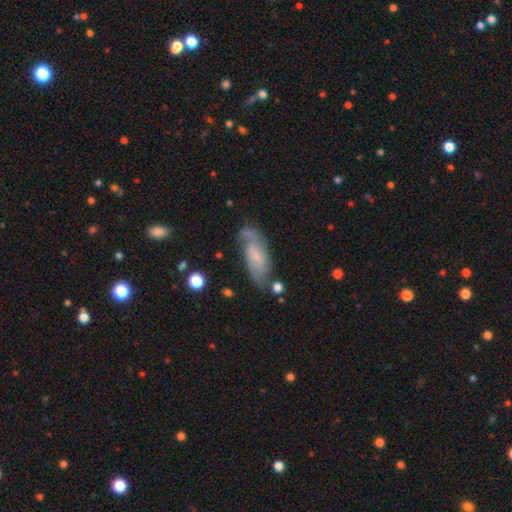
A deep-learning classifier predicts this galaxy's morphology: A featured or disk galaxy (60%) with no bar (55%), spiral arms (88%) and a small central bulge (39%). Merging: none (62%).